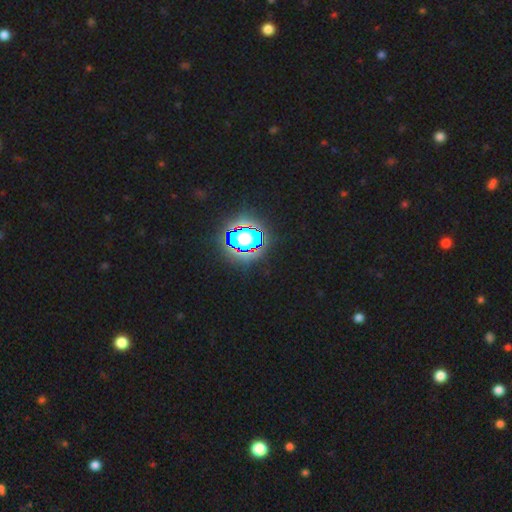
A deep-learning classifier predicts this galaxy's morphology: smooth-or-featured: star or artifact: 80% | smooth: 12% | featured or disk: 7%